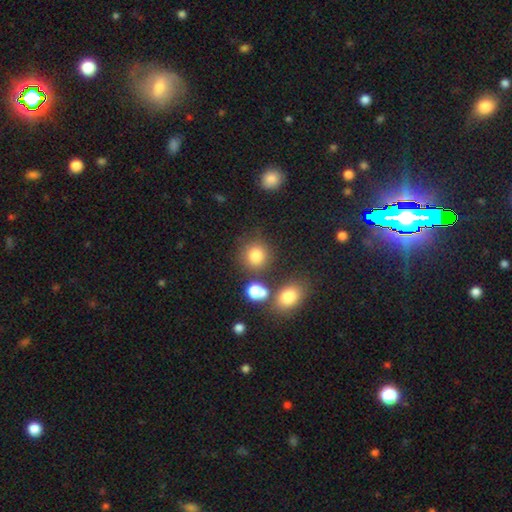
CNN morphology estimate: A smooth galaxy with no disk features (78%) that is round (86%).

Vote fractions:
- Smooth or featured? smooth: 78% / star or artifact: 15% / featured or disk: 7%
- How rounded? round: 86% / in between: 13% / cigar-shaped: 1%
- Merging? none: 73% / minor disturbance: 11% / merger: 11% / major disturbance: 5%